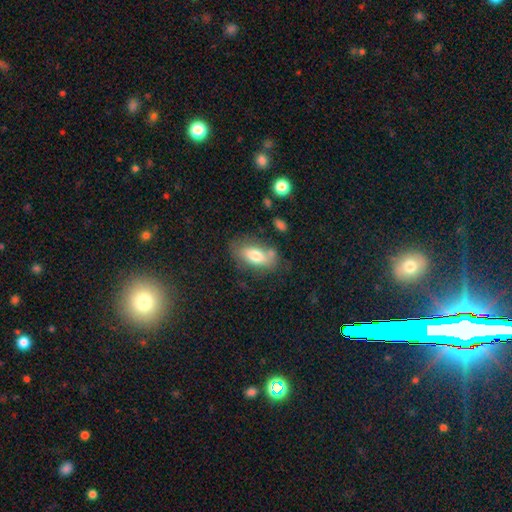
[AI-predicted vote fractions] Overall: smooth (73%). How rounded: in between (88%). Merging: none (63%).